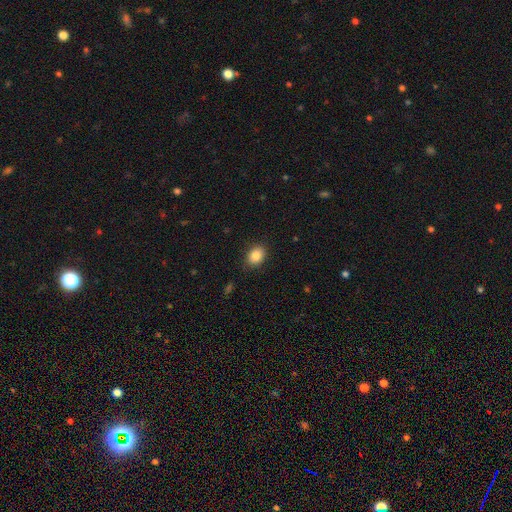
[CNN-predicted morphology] A smooth galaxy with no disk features (86%) that is in between round and cigar-shaped (62%).

Vote fractions:
- Smooth or featured? smooth: 86% / star or artifact: 9% / featured or disk: 5%
- How rounded? in between: 62% / round: 37% / cigar-shaped: 1%
- Merging? none: 85% / minor disturbance: 11% / major disturbance: 3% / merger: 1%